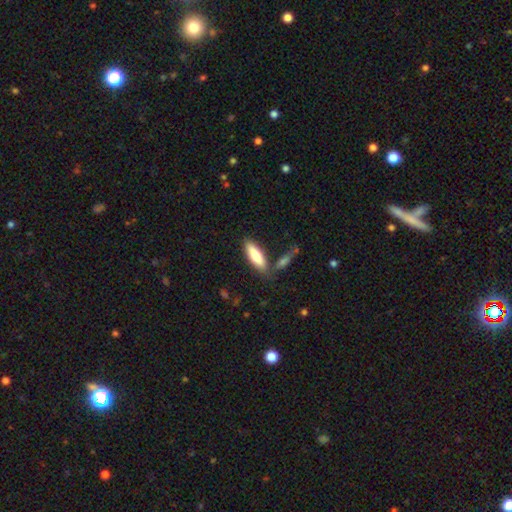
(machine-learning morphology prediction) Overall: smooth (80%). How rounded: in between (51%; cigar-shaped 48%). Merging: none (72%).